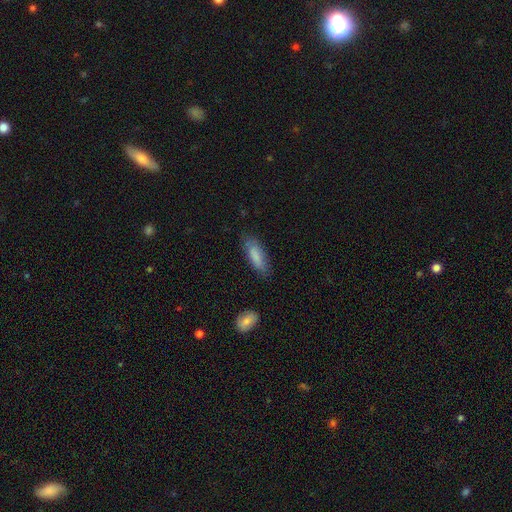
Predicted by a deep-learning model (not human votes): Morphology: type=smooth (81%); roundness=in between (63%); merging=none (74%).